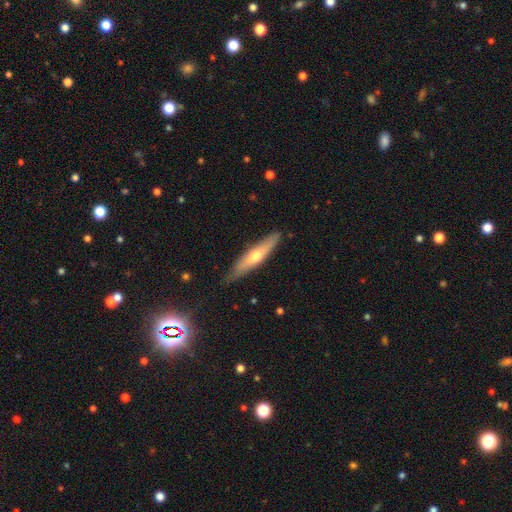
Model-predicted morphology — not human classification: This appears to be a featured or disk galaxy (49%). Merging: none (81%).